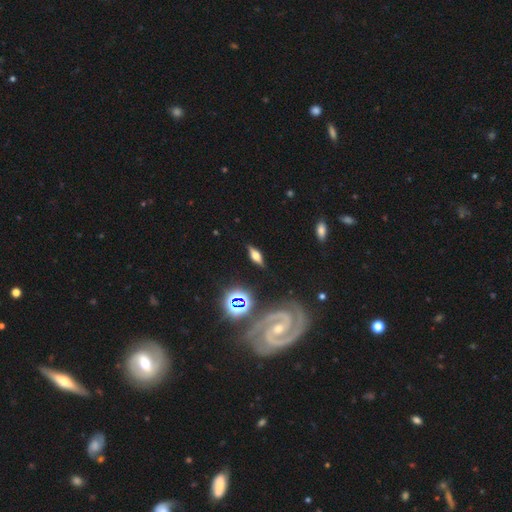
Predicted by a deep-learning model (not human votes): A featured or disk galaxy (53%) viewed edge-on (77%). Merging: none (83%).